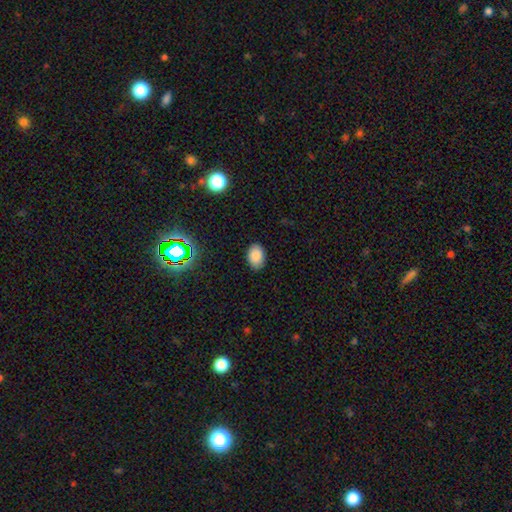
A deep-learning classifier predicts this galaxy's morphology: Smooth or featured? Predicted: smooth (p=0.83). How rounded? Predicted: in between (p=0.86). Merging? Predicted: none (p=0.88).